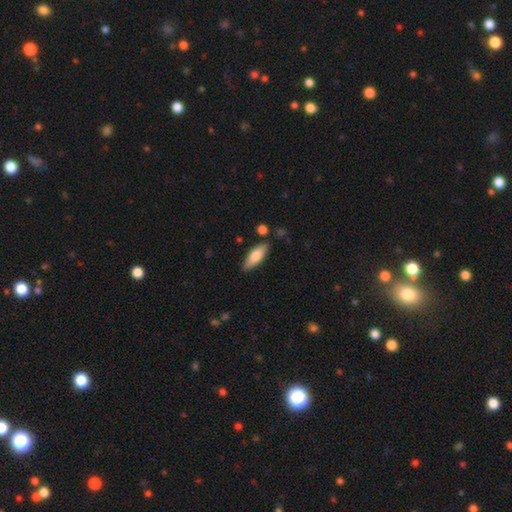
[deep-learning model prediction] A smooth galaxy with no disk features (72%) that is in between round and cigar-shaped (65%).

Vote fractions:
- Smooth or featured? smooth: 72% / featured or disk: 22% / star or artifact: 6%
- How rounded? in between: 65% / cigar-shaped: 33% / round: 2%
- Merging? none: 82% / minor disturbance: 12% / merger: 3% / major disturbance: 2%